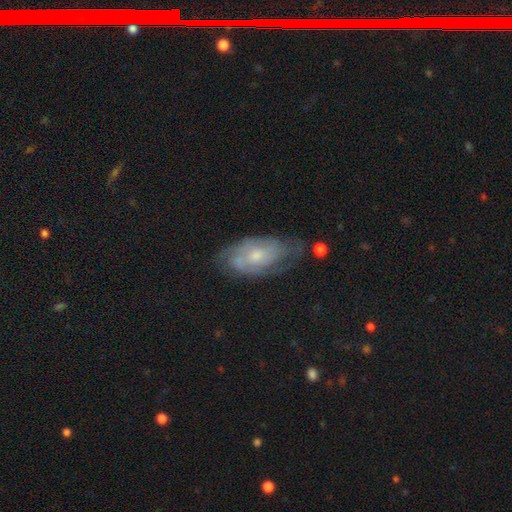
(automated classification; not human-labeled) This appears to be a featured or disk galaxy (69%) with no bar (73%), tight (55%) spiral arms (83%) and a small central bulge (48%). Merging: none (59%).